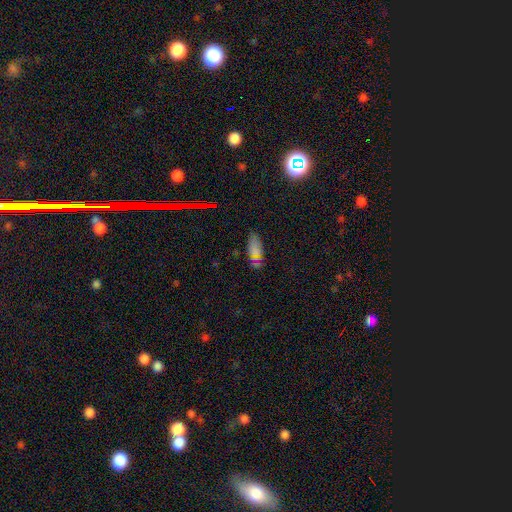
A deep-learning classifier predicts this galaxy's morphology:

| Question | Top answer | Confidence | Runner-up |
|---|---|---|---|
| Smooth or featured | smooth | 66% | star or artifact (25%) |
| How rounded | in between | 85% | cigar-shaped (11%) |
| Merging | none | 74% | minor disturbance (19%) |